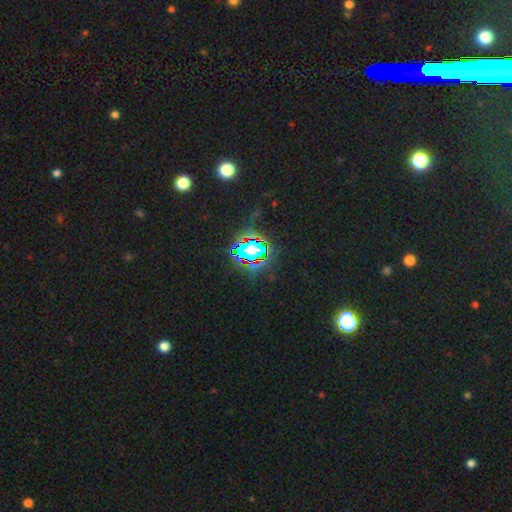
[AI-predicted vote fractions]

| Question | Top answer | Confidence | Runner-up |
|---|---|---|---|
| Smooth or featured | star or artifact | 81% | smooth (12%) |